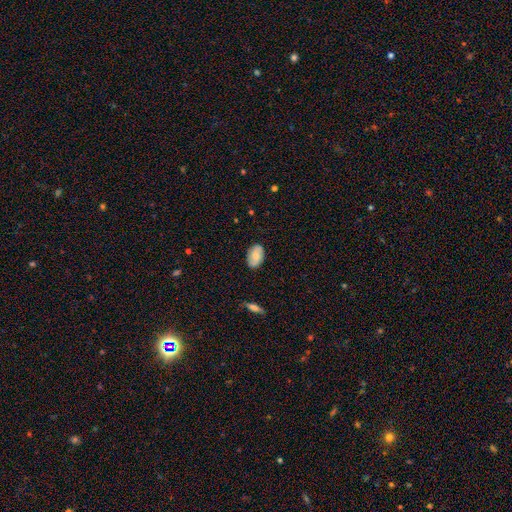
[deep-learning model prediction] This appears to be a smooth galaxy with no disk features (65%) that is in between round and cigar-shaped (91%). Merging: none (83%).